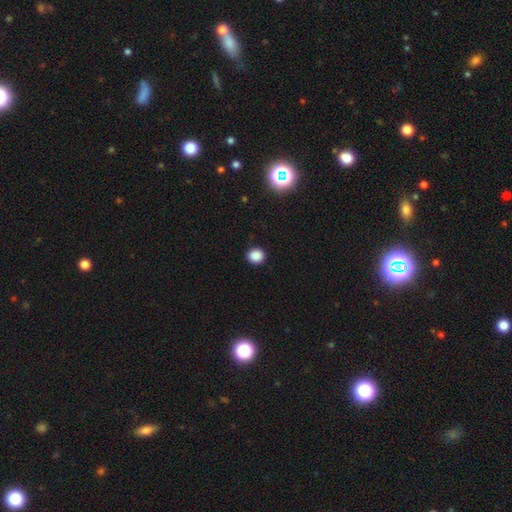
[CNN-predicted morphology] Smooth or featured?
  - smooth: 86% *
  - star or artifact: 11%
  - featured or disk: 3%
How rounded?
  - round: 87% *
  - in between: 12%
  - cigar-shaped: 1%
Merging?
  - none: 91% *
  - minor disturbance: 6%
  - major disturbance: 2%
  - merger: 1%